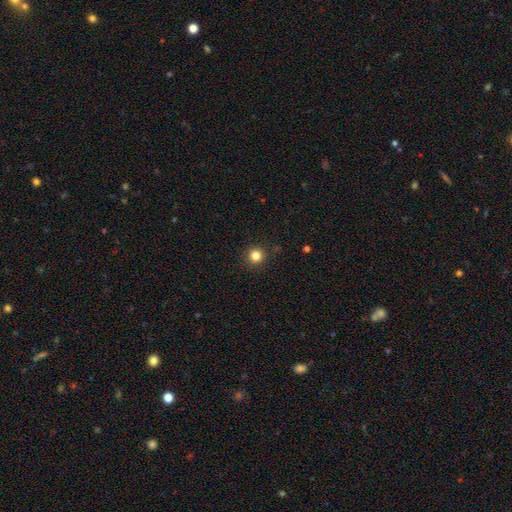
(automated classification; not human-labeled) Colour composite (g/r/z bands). It shows a smooth galaxy with no disk features (83%) that is round (95%). Merging: none (91%).